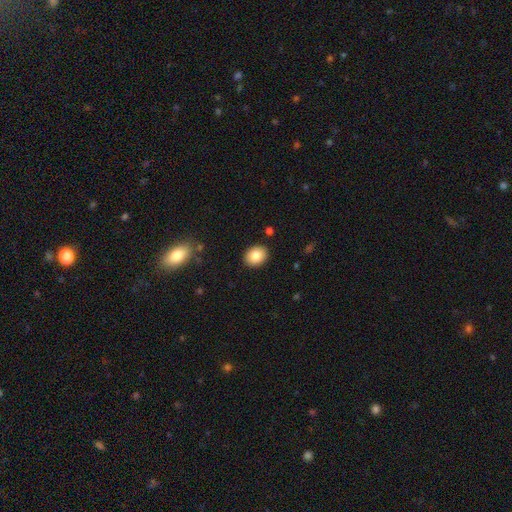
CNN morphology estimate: smooth-or-featured: smooth: 84% | star or artifact: 8% | featured or disk: 8%
  how-rounded: in between: 60% | round: 39% | cigar-shaped: 1%
  merging: none: 90% | minor disturbance: 7% | major disturbance: 2% | merger: 1%